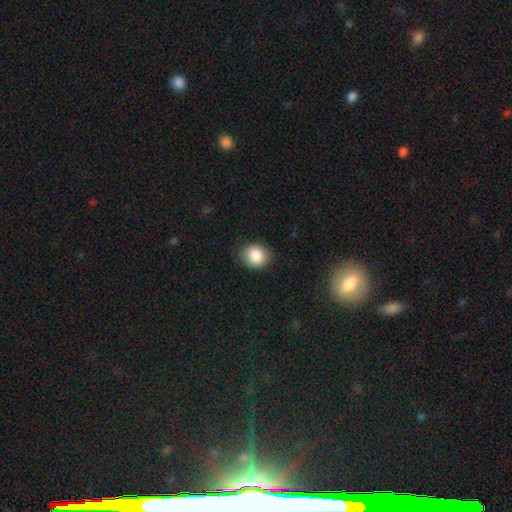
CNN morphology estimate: Smooth or featured?
  - smooth: 87% *
  - star or artifact: 9%
  - featured or disk: 4%
How rounded?
  - round: 73% *
  - in between: 26%
  - cigar-shaped: 1%
Merging?
  - none: 85% *
  - minor disturbance: 11%
  - major disturbance: 3%
  - merger: 1%